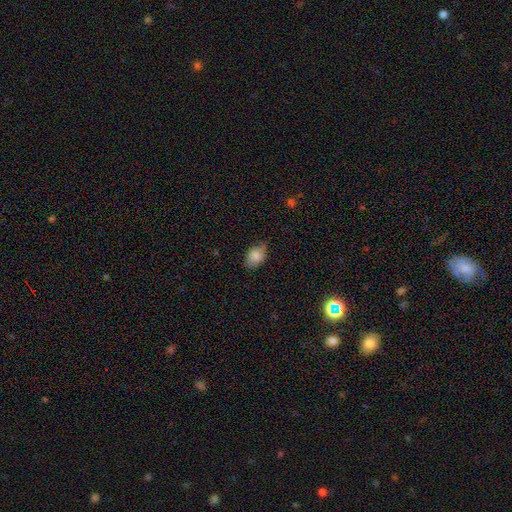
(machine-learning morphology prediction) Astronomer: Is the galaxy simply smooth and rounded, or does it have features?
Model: smooth — 82%.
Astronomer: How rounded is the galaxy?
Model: in between — 78%.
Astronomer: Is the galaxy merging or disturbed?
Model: none — 61%.